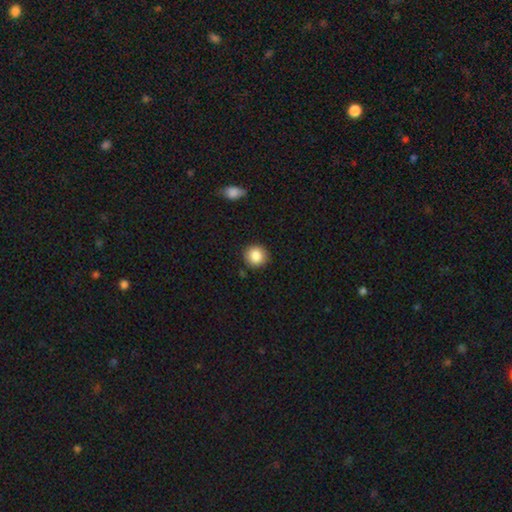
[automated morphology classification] Smooth or featured? smooth (87%)
How rounded? round (90%)
Merging? none (88%)